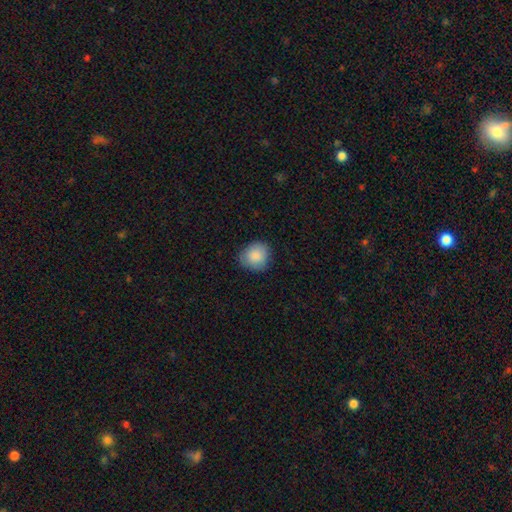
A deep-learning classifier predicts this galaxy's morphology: This is clearly a smooth galaxy (87%). How rounded: clearly round (80%). Merging: likely none (79%).